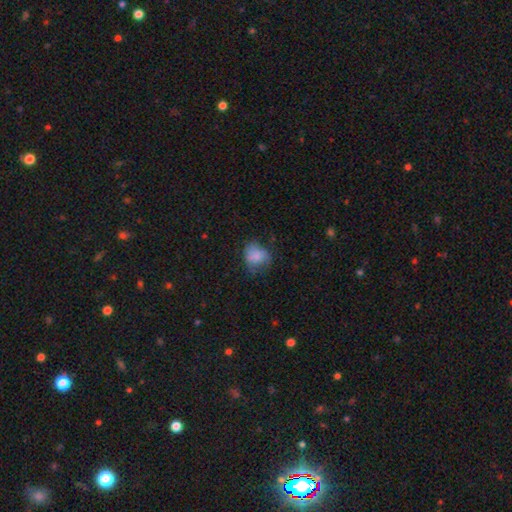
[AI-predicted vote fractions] A smooth galaxy with no disk features (75%) that is round (58%).

Vote fractions:
- Smooth or featured? smooth: 75% / featured or disk: 15% / star or artifact: 10%
- How rounded? round: 58% / in between: 41% / cigar-shaped: 1%
- Merging? none: 51% / minor disturbance: 31% / major disturbance: 16% / merger: 2%